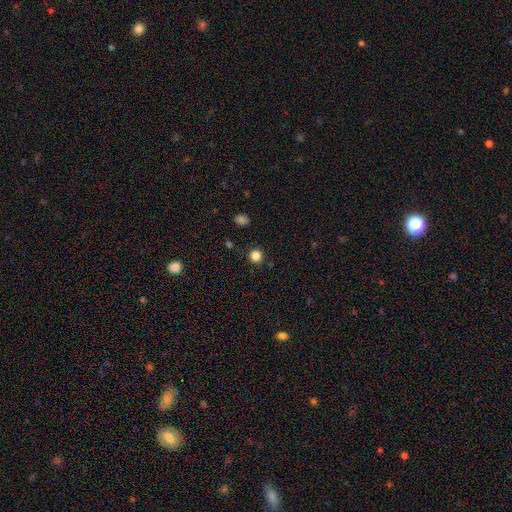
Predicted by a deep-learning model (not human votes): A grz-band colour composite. It shows a smooth galaxy with no disk features (83%) that is round (94%). Merging: none (90%).